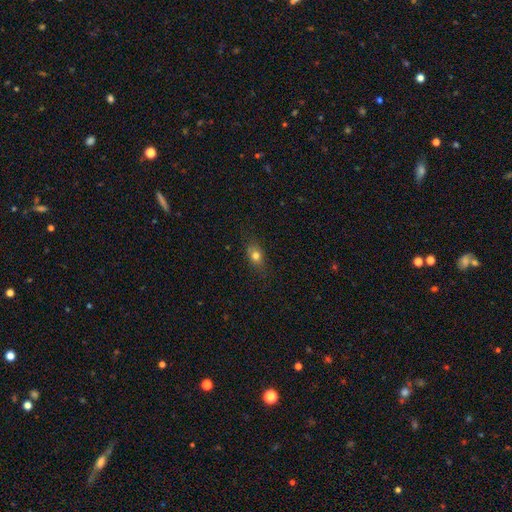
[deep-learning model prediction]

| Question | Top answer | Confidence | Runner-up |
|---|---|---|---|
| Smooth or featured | smooth | 77% | featured or disk (12%) |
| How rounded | in between | 69% | round (26%) |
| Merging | none | 79% | minor disturbance (16%) |